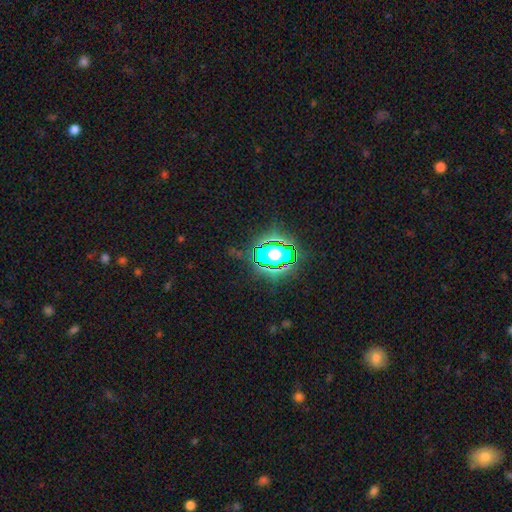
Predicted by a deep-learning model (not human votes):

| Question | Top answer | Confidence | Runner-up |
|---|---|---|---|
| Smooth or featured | star or artifact | 67% | smooth (22%) |